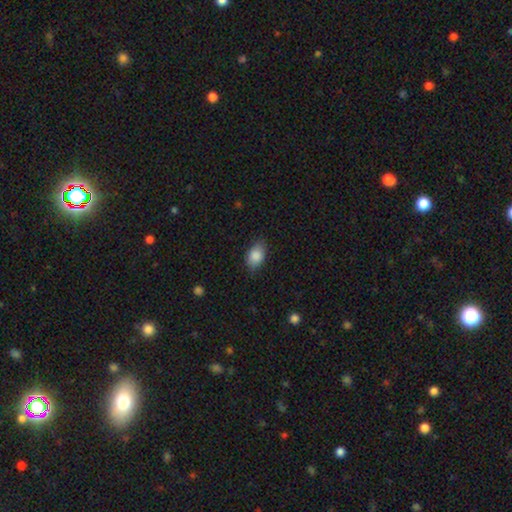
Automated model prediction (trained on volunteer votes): This is clearly a smooth galaxy (87%). How rounded: clearly in between (87%). Merging: likely none (79%).